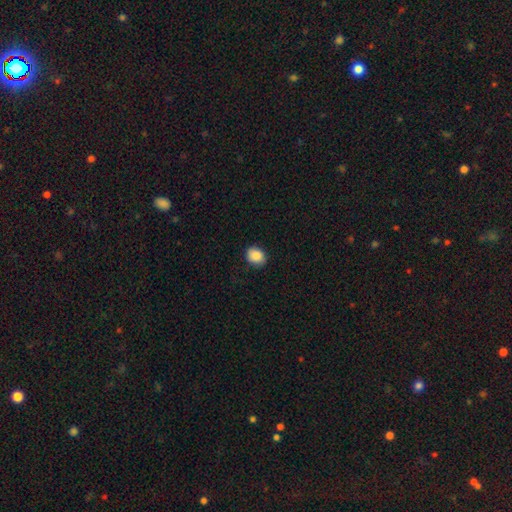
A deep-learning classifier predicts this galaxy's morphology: Smooth or featured?
  - smooth: 88% *
  - star or artifact: 8%
  - featured or disk: 4%
How rounded?
  - round: 56% *
  - in between: 44%
  - cigar-shaped: 1%
Merging?
  - none: 84% *
  - minor disturbance: 12%
  - major disturbance: 2%
  - merger: 1%